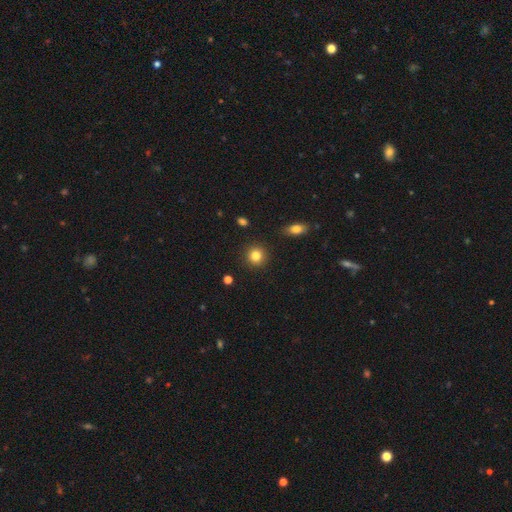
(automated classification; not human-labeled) smooth_or_featured: smooth (p=0.83) [alt: star or artifact p=0.11]
how_rounded: round (p=0.91) [alt: in between p=0.08]
merging: none (p=0.91) [alt: minor disturbance p=0.06]